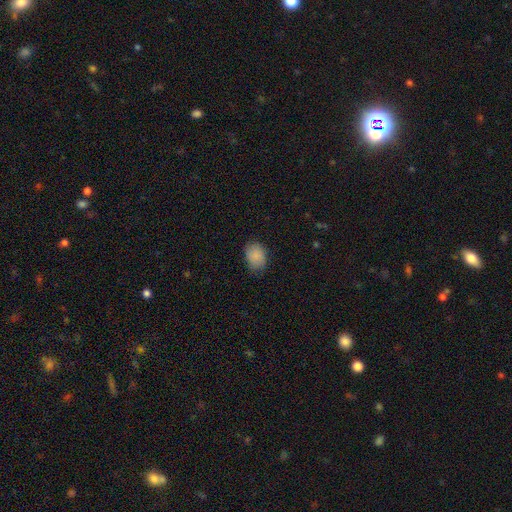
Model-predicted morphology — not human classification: Q: Smooth or featured?
A: smooth (87%); runner-up: star or artifact (8%)
Q: How rounded?
A: in between (68%); runner-up: round (31%)
Q: Merging?
A: none (76%); runner-up: minor disturbance (19%)